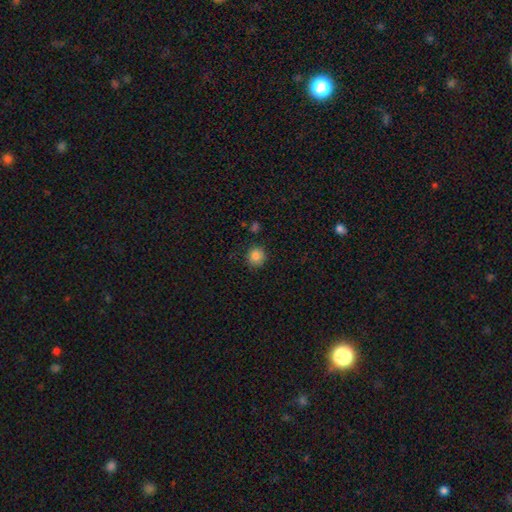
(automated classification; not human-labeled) A smooth galaxy with no disk features (86%) that is round (90%).

Vote fractions:
- Smooth or featured? smooth: 86% / star or artifact: 11% / featured or disk: 4%
- How rounded? round: 90% / in between: 9% / cigar-shaped: 1%
- Merging? none: 86% / minor disturbance: 9% / major disturbance: 2% / merger: 2%